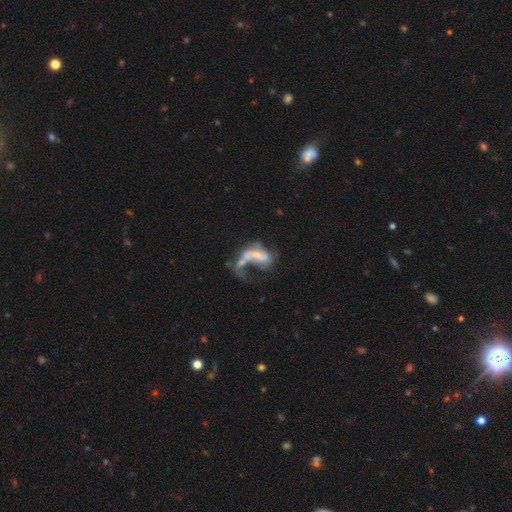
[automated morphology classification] smooth_or_featured: featured or disk (p=0.53) [alt: smooth p=0.35]
disk_edge_on: no (p=0.94) [alt: yes p=0.06]
bar: no (p=0.58) [alt: weak p=0.24]
has_spiral_arms: no (p=0.62) [alt: yes p=0.38]
bulge_size: none (p=0.47) [alt: small p=0.26]
merging: major disturbance (p=0.41) [alt: merger p=0.36]